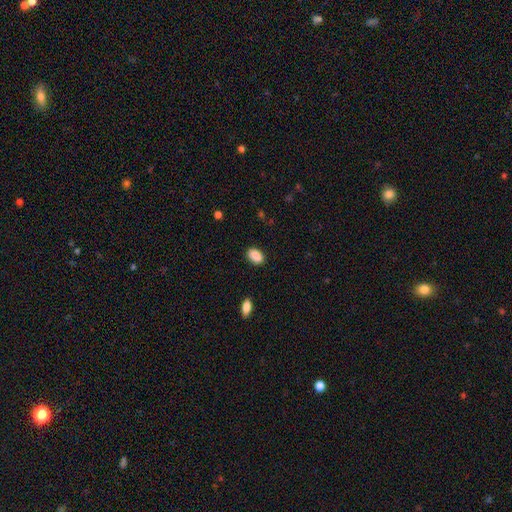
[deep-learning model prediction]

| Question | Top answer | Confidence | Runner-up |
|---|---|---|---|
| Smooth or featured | smooth | 89% | star or artifact (8%) |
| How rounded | in between | 89% | round (10%) |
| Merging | none | 86% | minor disturbance (10%) |